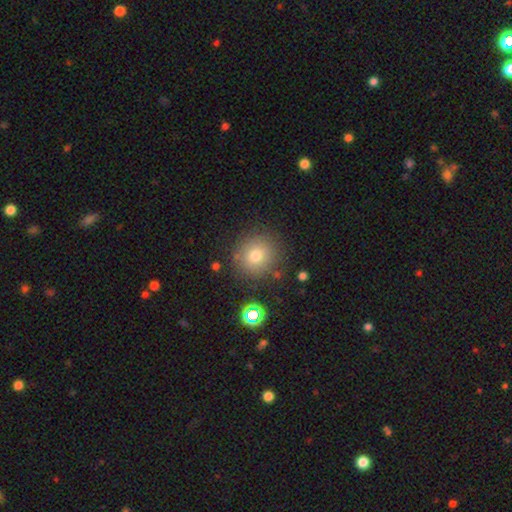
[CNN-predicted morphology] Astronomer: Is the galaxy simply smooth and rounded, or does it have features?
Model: smooth — 75%.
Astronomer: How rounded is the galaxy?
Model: round — 91%.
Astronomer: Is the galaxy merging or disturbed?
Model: none — 84%.